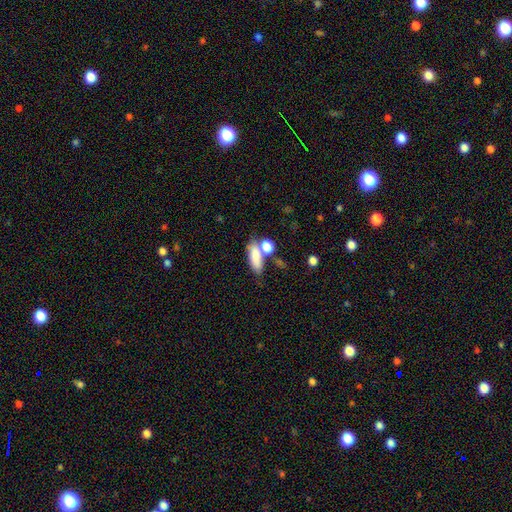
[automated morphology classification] Smooth or featured?
  - smooth: 78% *
  - featured or disk: 13%
  - star or artifact: 9%
How rounded?
  - in between: 68% *
  - cigar-shaped: 23%
  - round: 9%
Merging?
  - none: 42% *
  - merger: 36%
  - minor disturbance: 14%
  - major disturbance: 8%